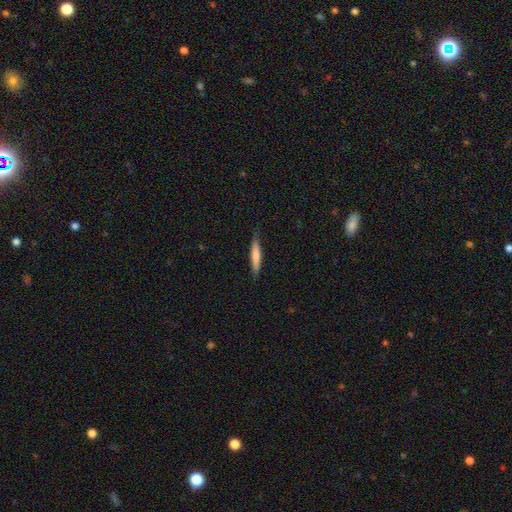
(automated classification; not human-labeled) Smooth or featured? smooth (71%)
How rounded? cigar-shaped (91%)
Merging? none (83%)